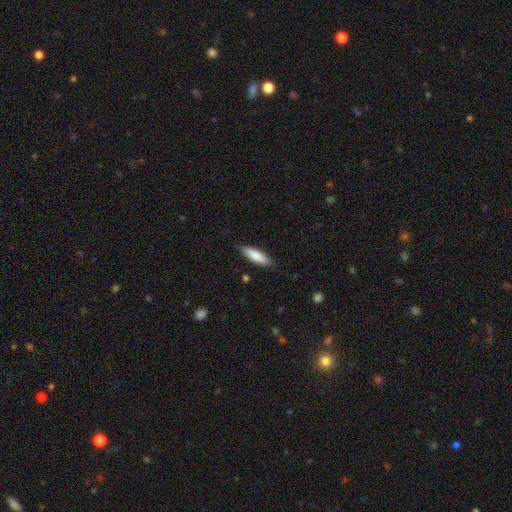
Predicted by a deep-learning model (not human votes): A smooth galaxy with no disk features (83%) that is cigar-shaped (57%). Merging: none (87%).